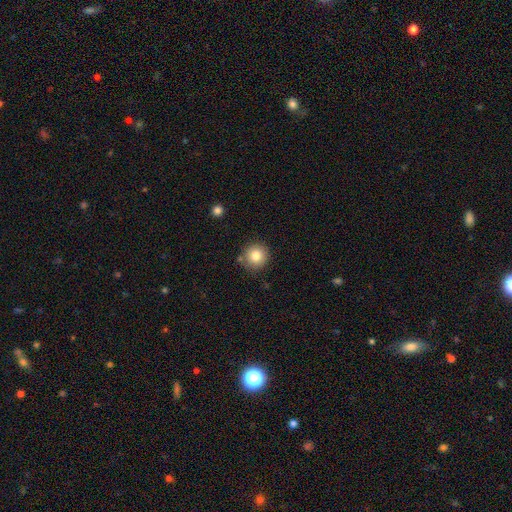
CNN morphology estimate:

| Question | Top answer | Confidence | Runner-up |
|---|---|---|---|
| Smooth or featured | smooth | 82% | star or artifact (10%) |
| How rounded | round | 94% | in between (5%) |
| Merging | none | 84% | minor disturbance (9%) |